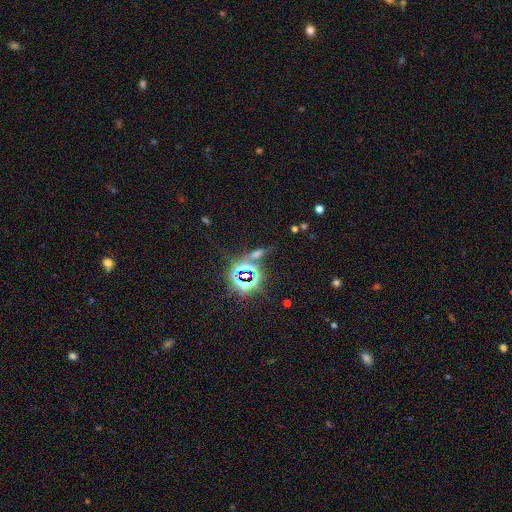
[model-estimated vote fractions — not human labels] A star or artifact, not a galaxy (77%).

Vote fractions:
- Smooth or featured? star or artifact: 77% / smooth: 13% / featured or disk: 10%